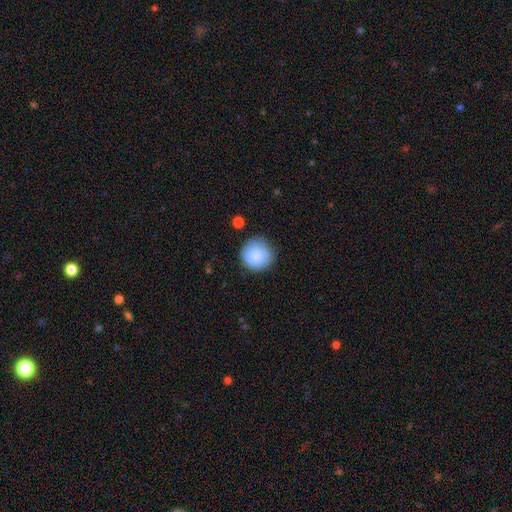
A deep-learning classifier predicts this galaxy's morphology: The model was most divided on "merging": none: 82%, minor disturbance: 13%, major disturbance: 3%, merger: 2%. More confident: how rounded — round (94%); smooth or featured — smooth (86%).